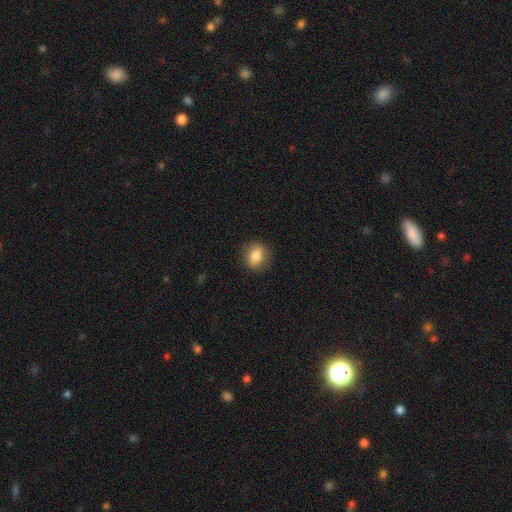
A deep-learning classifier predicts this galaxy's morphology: Overall: smooth (81%). How rounded: round (58%; in between 40%). Merging: none (86%).